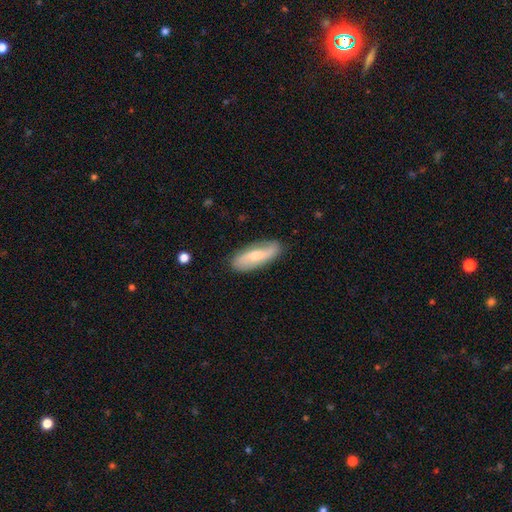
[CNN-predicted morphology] The model was most divided on "smooth or featured": featured or disk: 58%, smooth: 36%, star or artifact: 6%. More confident: merging — none (84%); edge-on disk — no (82%).